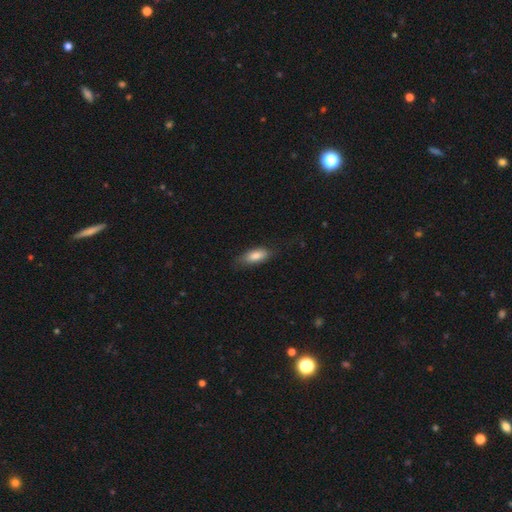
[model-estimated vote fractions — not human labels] Morphology: type=smooth (83%); roundness=in between (78%); merging=none (72%).